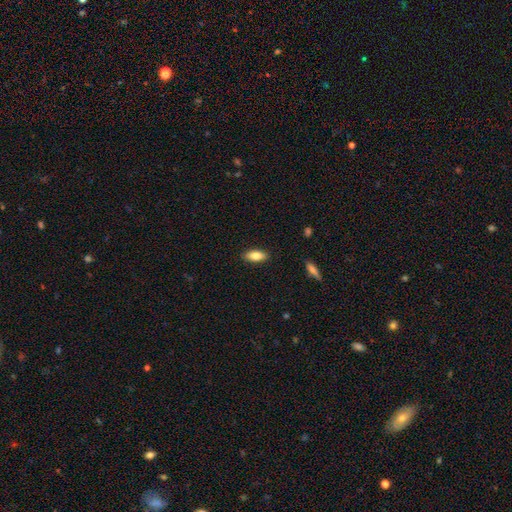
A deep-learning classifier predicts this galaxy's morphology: Smooth or featured: smooth — 79% (featured or disk — 14%)
How rounded: in between — 80% (cigar-shaped — 18%)
Merging: none — 88% (minor disturbance — 9%)